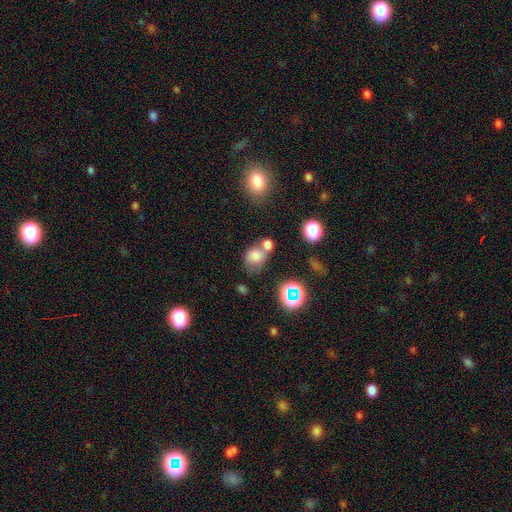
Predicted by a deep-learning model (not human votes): smooth 70%, star or artifact 16%, featured or disk 13%. Down the decision tree: how rounded — round (56%); merging — merger (43%).